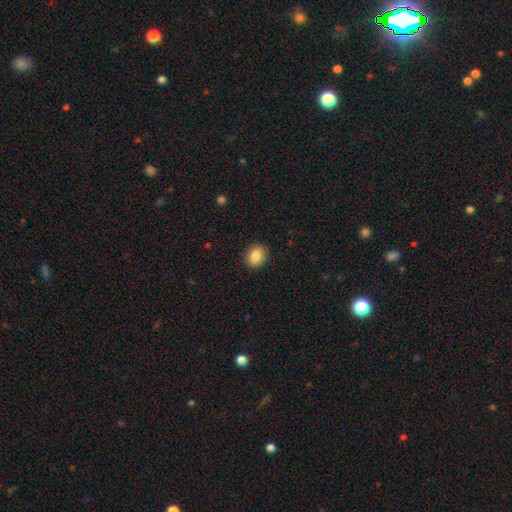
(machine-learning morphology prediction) A smooth galaxy with no disk features (85%) that is round (60%).

Vote fractions:
- Smooth or featured? smooth: 85% / star or artifact: 9% / featured or disk: 7%
- How rounded? round: 60% / in between: 39% / cigar-shaped: 1%
- Merging? none: 90% / minor disturbance: 7% / major disturbance: 2% / merger: 1%